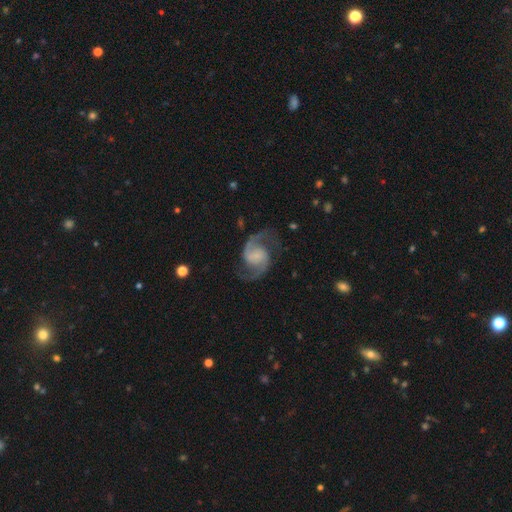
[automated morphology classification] Smooth or featured? featured or disk (91%)
Edge-on disk? no (98%)
Bar? no (45%)
Spiral arms? yes (98%)
Spiral winding? medium (57%)
Spiral arm count? 2 (95%)
Bulge size? none (49%)
Merging? none (78%)